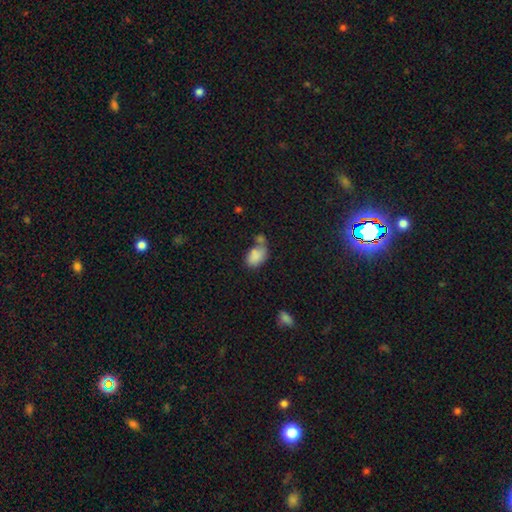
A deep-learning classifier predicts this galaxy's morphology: Smooth or featured? Predicted: smooth (p=0.83). How rounded? Predicted: in between (p=0.87). Merging? Predicted: merger (p=0.37).